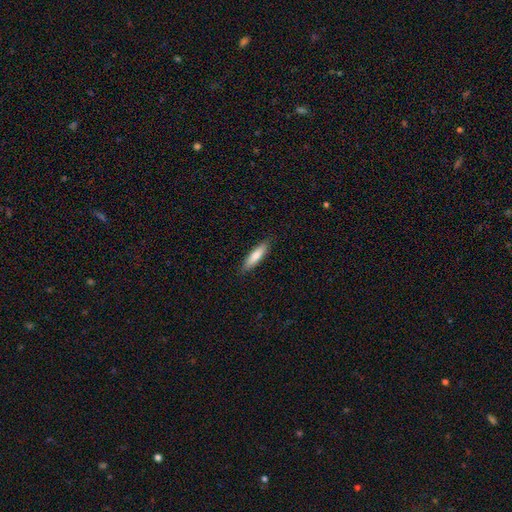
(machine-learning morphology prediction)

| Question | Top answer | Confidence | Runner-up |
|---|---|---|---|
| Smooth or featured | smooth | 79% | featured or disk (15%) |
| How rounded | cigar-shaped | 71% | in between (27%) |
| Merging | none | 88% | minor disturbance (9%) |